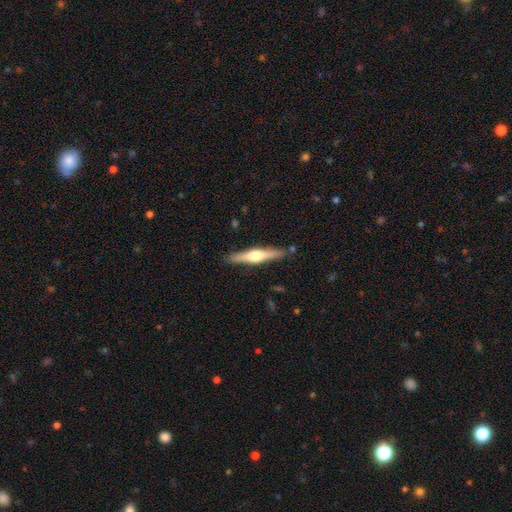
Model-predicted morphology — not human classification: Overall: featured or disk (64%; smooth 31%). Edge-on disk: yes (97%). Edge-on bulge: rounded (93%). Merging: none (88%).